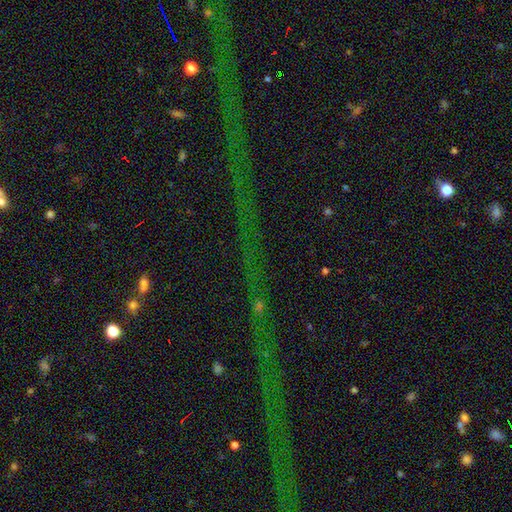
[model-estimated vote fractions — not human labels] Q: Smooth or featured?
A: star or artifact (75%); runner-up: featured or disk (15%)